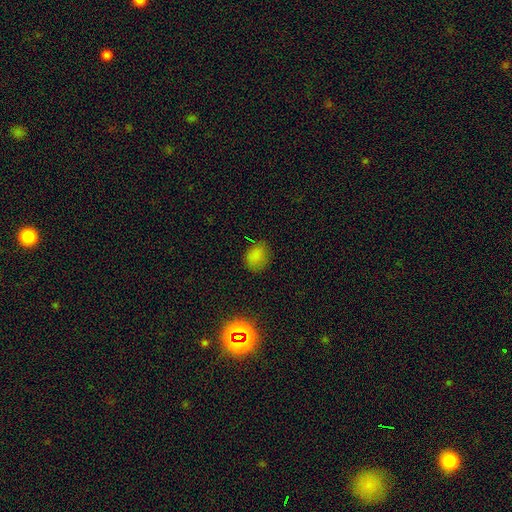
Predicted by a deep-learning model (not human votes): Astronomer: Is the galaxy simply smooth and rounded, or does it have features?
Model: smooth — 78%.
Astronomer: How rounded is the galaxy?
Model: in between — 56% (runner-up: round, 42%).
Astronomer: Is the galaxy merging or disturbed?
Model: none — 77%.